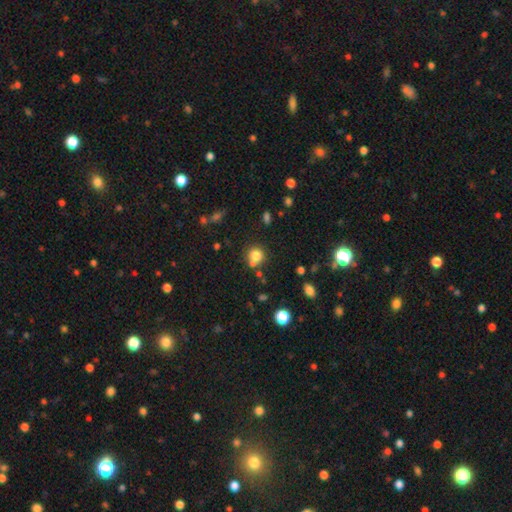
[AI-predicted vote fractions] Smooth or featured? smooth (78%)
How rounded? round (87%)
Merging? none (62%)